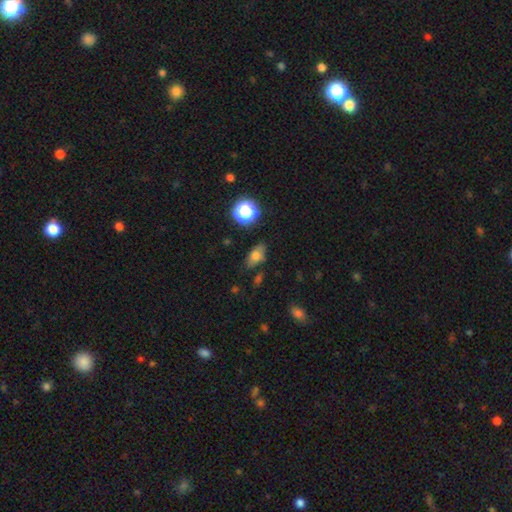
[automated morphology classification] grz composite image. It shows a smooth galaxy with no disk features (71%) that is in between round and cigar-shaped (80%). Merging: none (76%).